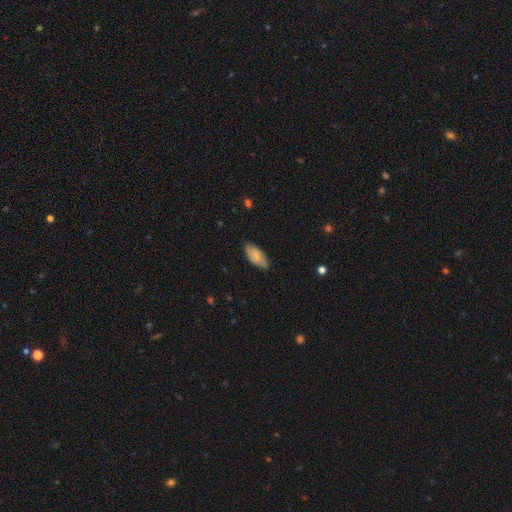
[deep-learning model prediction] Morphology: type=smooth (75%); roundness=in between (91%); merging=none (78%).